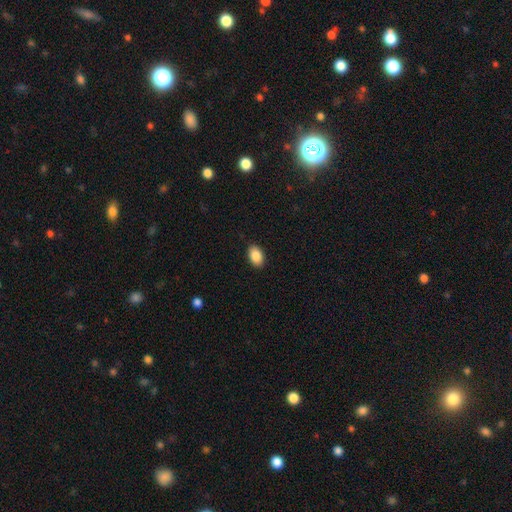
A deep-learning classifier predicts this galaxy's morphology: Smooth or featured? smooth (89%)
How rounded? in between (90%)
Merging? none (90%)